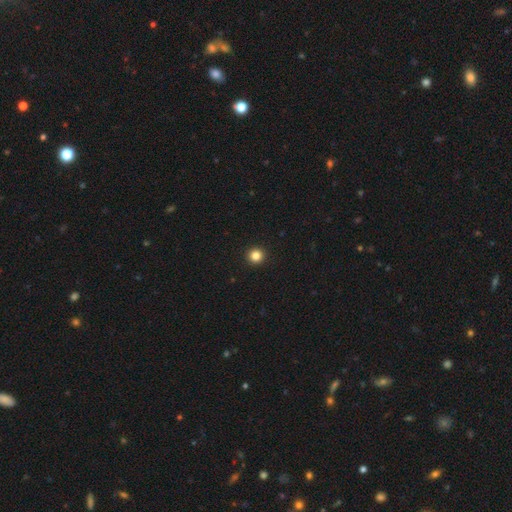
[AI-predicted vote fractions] The model was most divided on "smooth or featured": smooth: 84%, star or artifact: 12%, featured or disk: 4%. More confident: how rounded — round (96%); merging — none (94%).